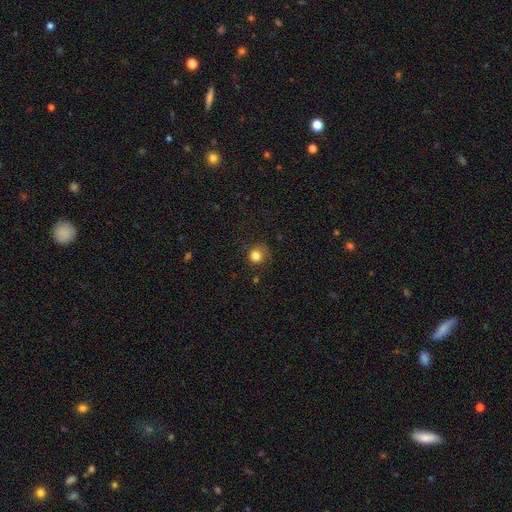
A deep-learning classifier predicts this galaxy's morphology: This appears to be a smooth galaxy with no disk features (83%) that is round (90%). Merging: none (79%).